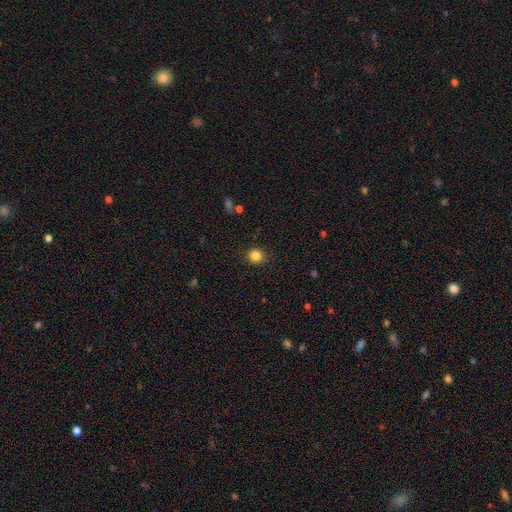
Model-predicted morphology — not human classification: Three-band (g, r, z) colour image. It shows a smooth galaxy with no disk features (84%) that is round (82%). Merging: none (86%).